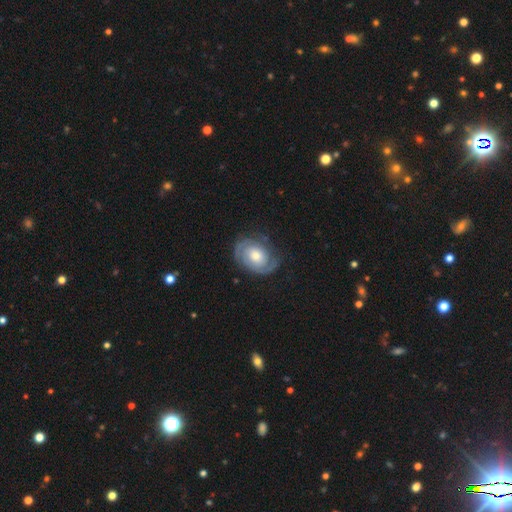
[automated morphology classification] This appears to be a featured or disk galaxy (82%) with no bar (75%), 2 (73%) tight (65%) spiral arms (94%) and a moderate central bulge (68%). Merging: none (77%).